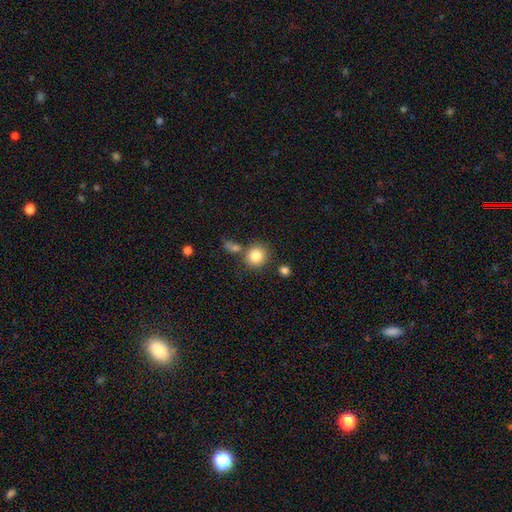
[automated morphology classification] smooth_or_featured: smooth (p=0.83) [alt: star or artifact p=0.10]
how_rounded: round (p=0.87) [alt: in between p=0.12]
merging: none (p=0.73) [alt: merger p=0.13]